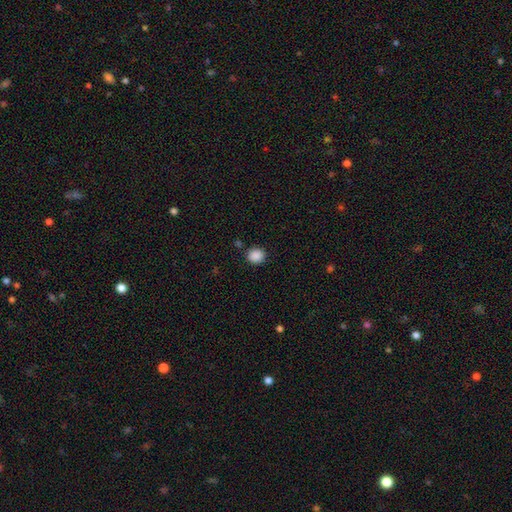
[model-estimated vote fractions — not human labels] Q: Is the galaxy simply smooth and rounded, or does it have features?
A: smooth — 88%.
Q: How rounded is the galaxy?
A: round — 80%.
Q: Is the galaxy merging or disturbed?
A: none — 86%.